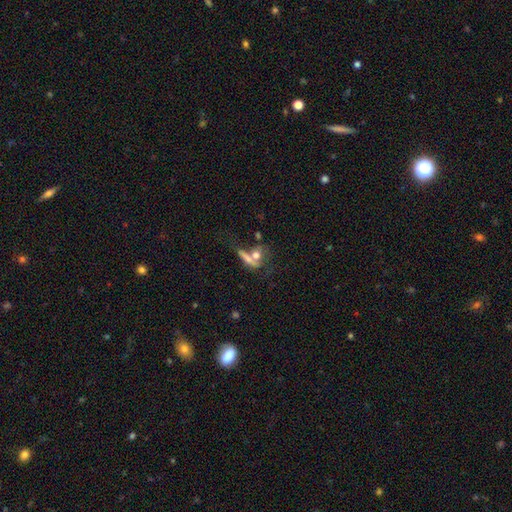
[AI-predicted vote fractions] Smooth or featured?
  - smooth: 60% *
  - featured or disk: 29%
  - star or artifact: 11%
How rounded?
  - in between: 45% *
  - round: 36%
  - cigar-shaped: 18%
Merging?
  - merger: 43% *
  - none: 31%
  - major disturbance: 13%
  - minor disturbance: 12%